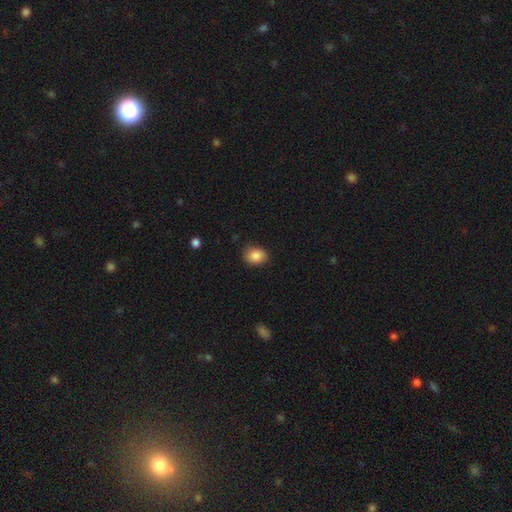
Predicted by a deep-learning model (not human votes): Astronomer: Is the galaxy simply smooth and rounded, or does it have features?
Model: smooth — 86%.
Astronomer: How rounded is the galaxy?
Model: in between — 58% (runner-up: round, 41%).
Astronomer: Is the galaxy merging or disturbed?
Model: none — 83%.